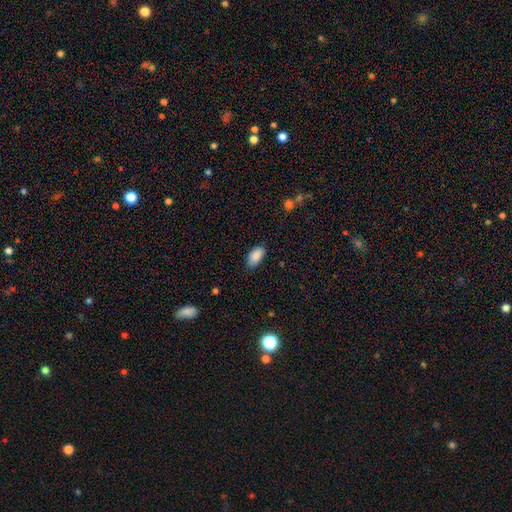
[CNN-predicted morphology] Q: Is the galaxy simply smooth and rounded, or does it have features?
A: smooth — 88%.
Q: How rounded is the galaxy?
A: in between — 93%.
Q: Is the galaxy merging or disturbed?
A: none — 82%.